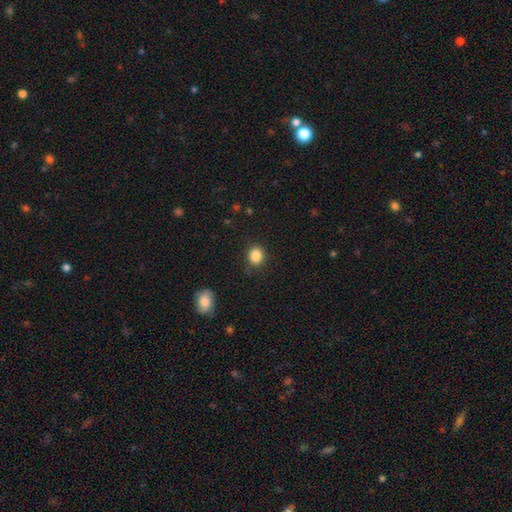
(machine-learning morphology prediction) Smooth or featured: smooth — 86% (star or artifact — 10%)
How rounded: round — 73% (in between — 26%)
Merging: none — 85% (minor disturbance — 10%)